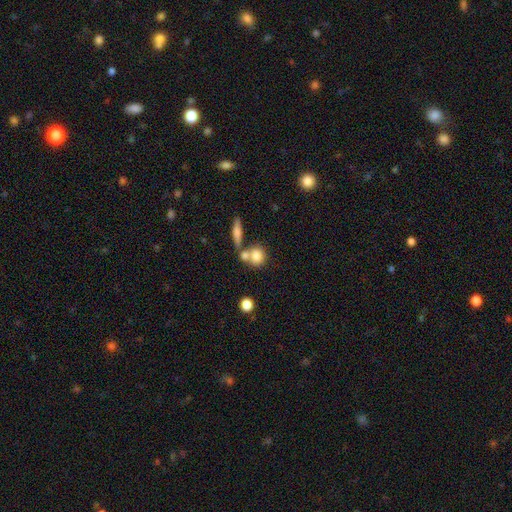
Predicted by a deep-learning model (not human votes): Q: Smooth or featured?
A: smooth (79%); runner-up: featured or disk (12%)
Q: How rounded?
A: round (72%); runner-up: in between (24%)
Q: Merging?
A: none (49%); runner-up: merger (37%)